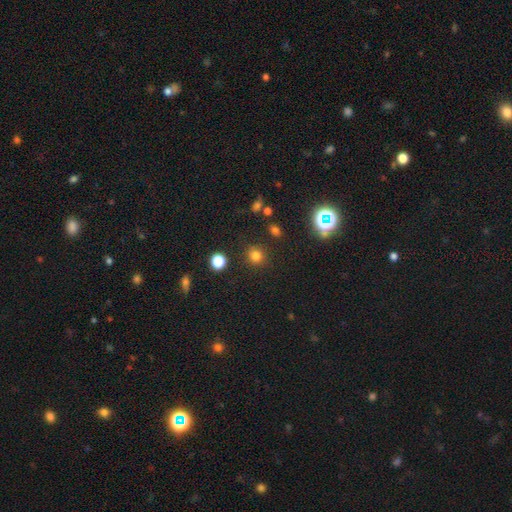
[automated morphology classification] A smooth galaxy with no disk features (76%) that is round (91%).

Vote fractions:
- Smooth or featured? smooth: 76% / star or artifact: 18% / featured or disk: 5%
- How rounded? round: 91% / in between: 8% / cigar-shaped: 1%
- Merging? none: 87% / minor disturbance: 7% / major disturbance: 3% / merger: 3%